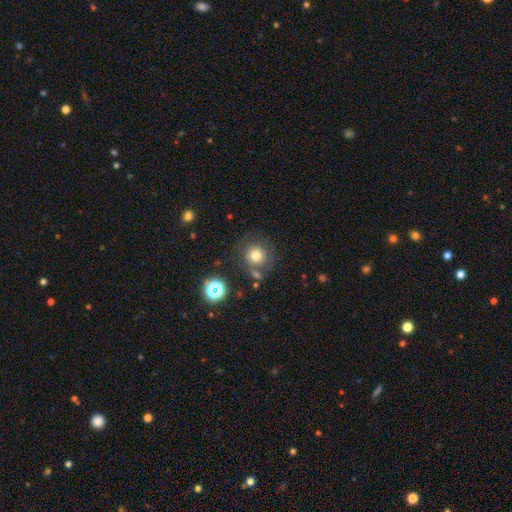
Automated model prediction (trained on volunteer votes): smooth-or-featured: smooth: 73% | star or artifact: 15% | featured or disk: 12%
  how-rounded: round: 93% | in between: 6% | cigar-shaped: 1%
  merging: none: 75% | minor disturbance: 12% | merger: 7% | major disturbance: 6%